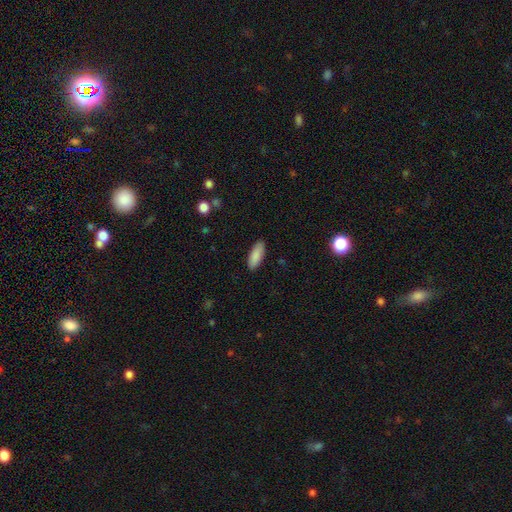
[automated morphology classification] smooth_or_featured: smooth (p=0.89) [alt: star or artifact p=0.06]
how_rounded: in between (p=0.73) [alt: cigar-shaped p=0.25]
merging: none (p=0.88) [alt: minor disturbance p=0.09]